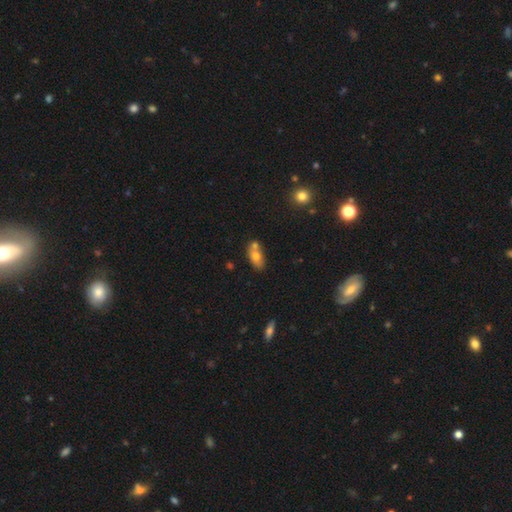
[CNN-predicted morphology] Smooth or featured? smooth (69%)
How rounded? in between (84%)
Merging? none (49%)